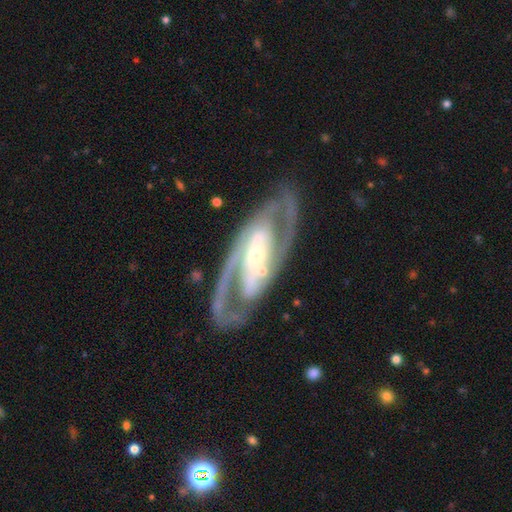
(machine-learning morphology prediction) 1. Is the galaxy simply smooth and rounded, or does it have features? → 89% featured or disk, 6% smooth, 4% star or artifact.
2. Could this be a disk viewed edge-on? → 93% no, 7% yes.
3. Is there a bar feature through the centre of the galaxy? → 51% strong, 27% weak, 22% no.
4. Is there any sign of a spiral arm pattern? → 95% yes, 5% no.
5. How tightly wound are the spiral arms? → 47% medium, 41% tight, 11% loose.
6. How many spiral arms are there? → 86% 2, 6% can't tell, 3% 3, 2% 1, 1% 4, 1% more than 4.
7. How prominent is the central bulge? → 55% small, 37% moderate, 5% large, 2% none, 1% dominant.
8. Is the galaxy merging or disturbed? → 77% none, 13% minor disturbance, 7% major disturbance, 3% merger.